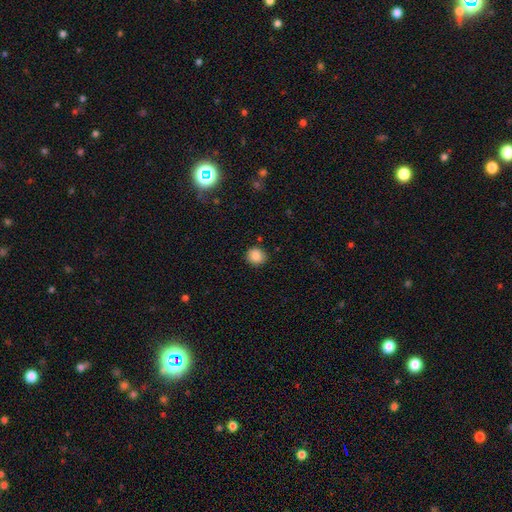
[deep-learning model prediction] This appears to be a smooth galaxy with no disk features (87%) that is round (86%). Merging: none (88%).